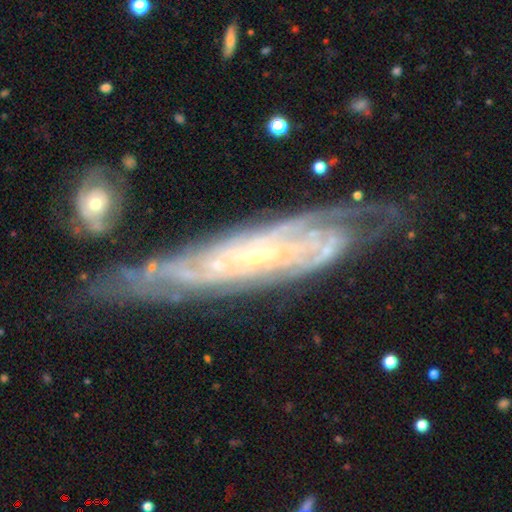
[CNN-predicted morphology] A featured or disk galaxy (84%) with no bar (58%), tight (73%) spiral arms (94%) and a small central bulge (82%). Merging: none (63%).